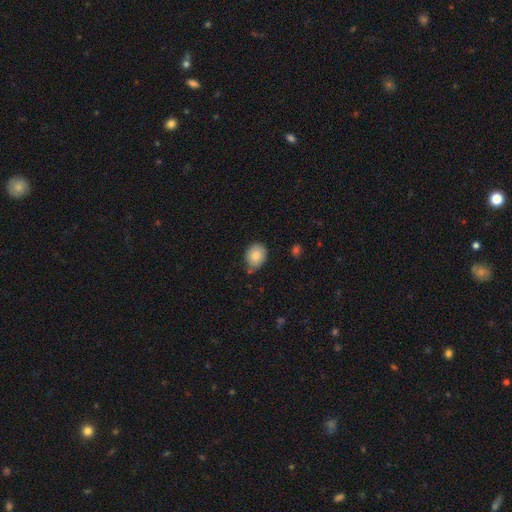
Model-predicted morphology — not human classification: Smooth or featured: smooth — 84% (star or artifact — 8%)
How rounded: round — 52% (in between — 47%)
Merging: none — 68% (minor disturbance — 24%)